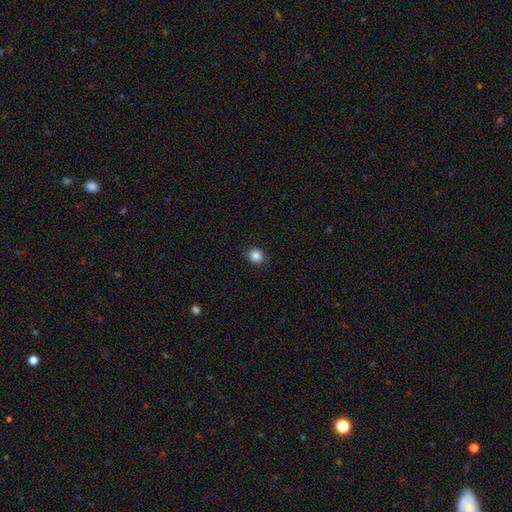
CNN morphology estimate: A smooth galaxy with no disk features (86%) that is round (72%). Merging: none (88%).